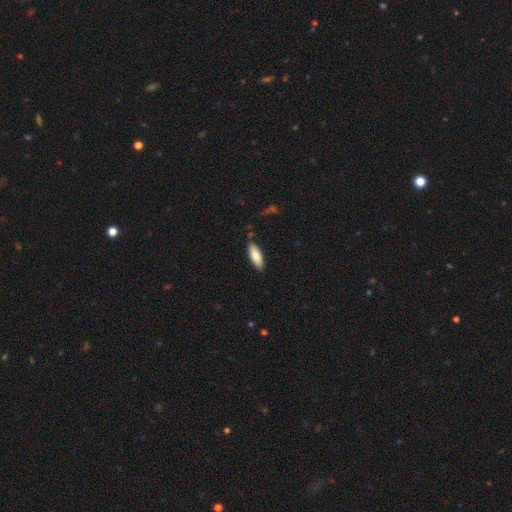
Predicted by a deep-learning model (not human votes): The model was most divided on "how rounded": in between: 62%, cigar-shaped: 36%, round: 2%. More confident: merging — none (84%); smooth or featured — smooth (82%).